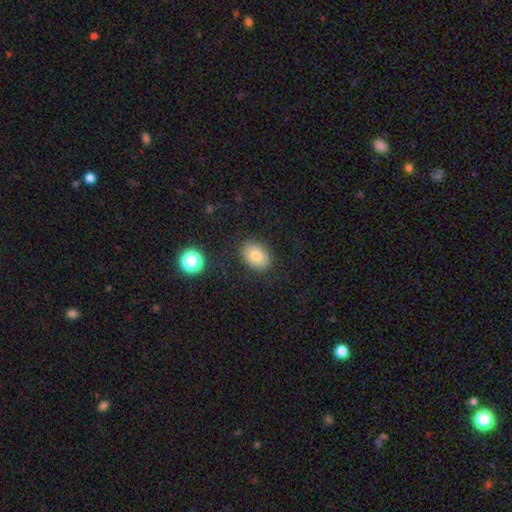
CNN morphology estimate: This is likely a smooth galaxy (77%). How rounded: likely in between (70%). Merging: clearly none (85%).